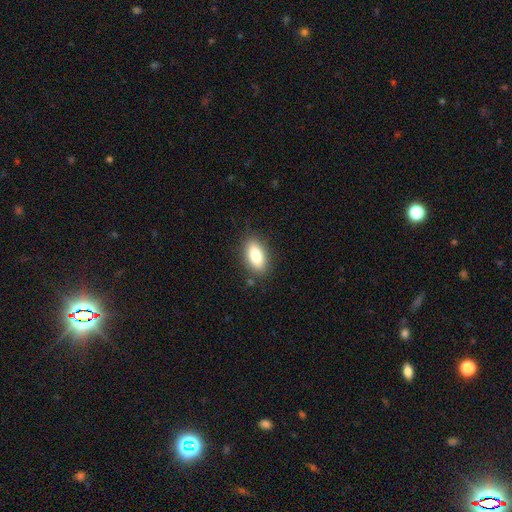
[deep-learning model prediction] Smooth or featured: smooth — 82% (featured or disk — 11%)
How rounded: in between — 89% (cigar-shaped — 7%)
Merging: none — 85% (minor disturbance — 10%)